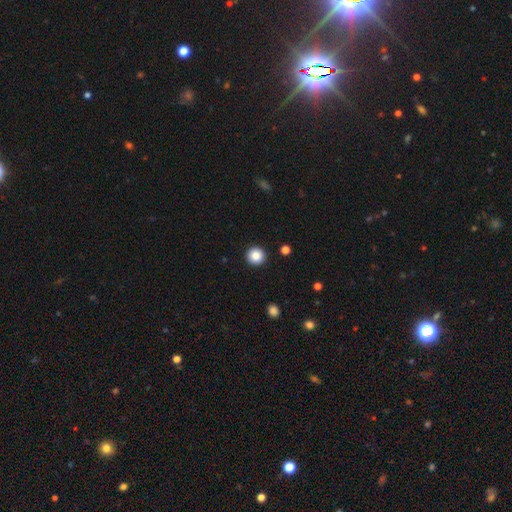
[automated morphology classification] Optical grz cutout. It shows a smooth galaxy with no disk features (86%) that is round (95%). Merging: none (92%).